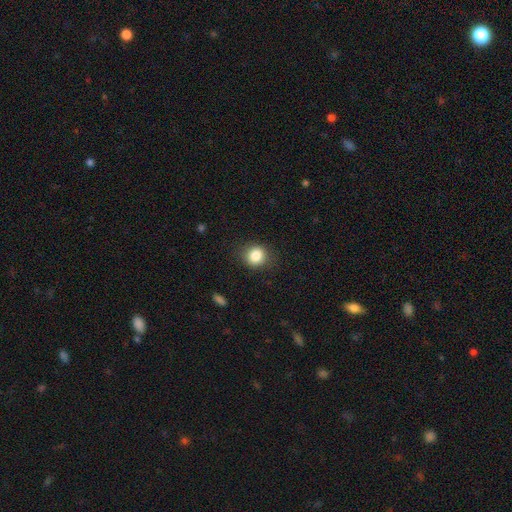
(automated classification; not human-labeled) Smooth or featured: smooth — 84% (star or artifact — 10%)
How rounded: round — 76% (in between — 23%)
Merging: none — 84% (minor disturbance — 11%)